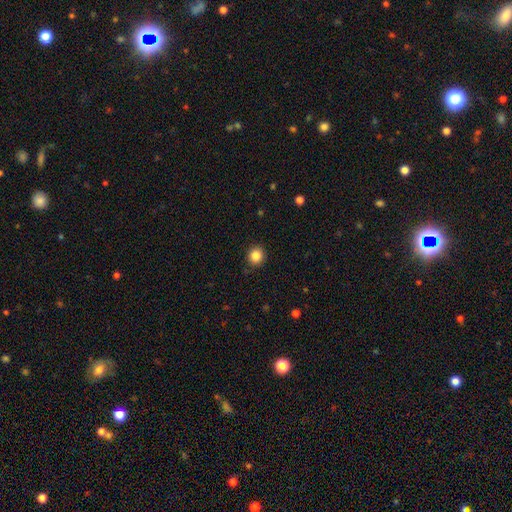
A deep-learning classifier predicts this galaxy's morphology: Smooth or featured? Predicted: smooth (p=0.85). How rounded? Predicted: round (p=0.88). Merging? Predicted: none (p=0.88).